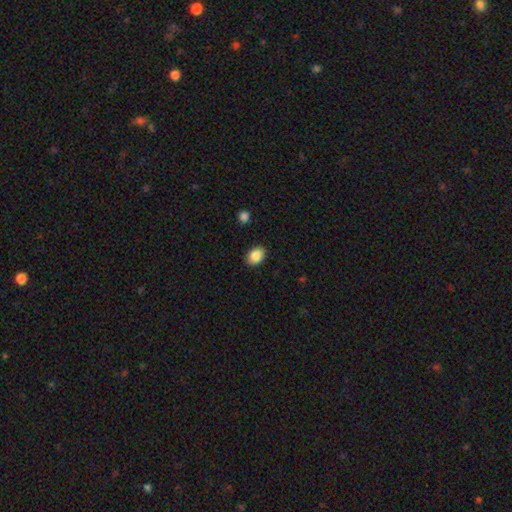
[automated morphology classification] Smooth or featured? Predicted: smooth (p=0.87). How rounded? Predicted: in between (p=0.65). Merging? Predicted: none (p=0.88).